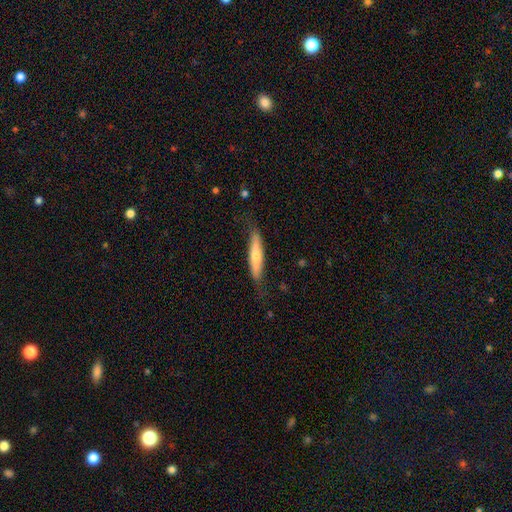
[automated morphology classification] This is possibly a smooth galaxy (50%). Merging: likely none (74%).